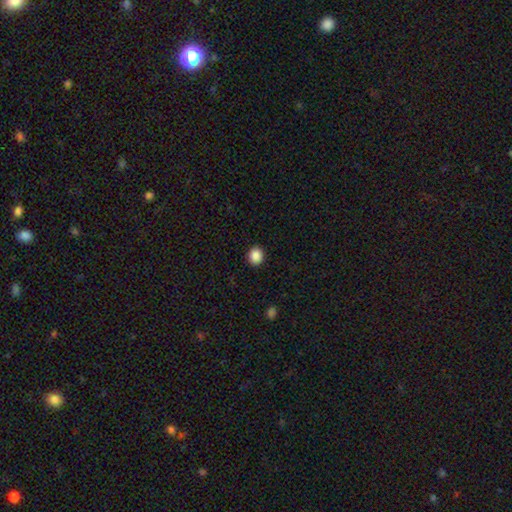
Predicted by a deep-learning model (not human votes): This is clearly a smooth galaxy (88%). How rounded: likely round (74%). Merging: clearly none (92%).